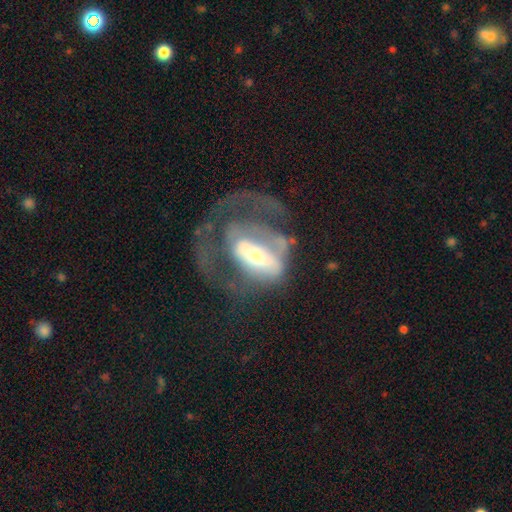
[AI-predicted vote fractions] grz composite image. It shows a featured or disk galaxy (67%) with a strong bar (42%), spiral arms (52%) and a moderate central bulge (47%). Merging: major disturbance (63%).